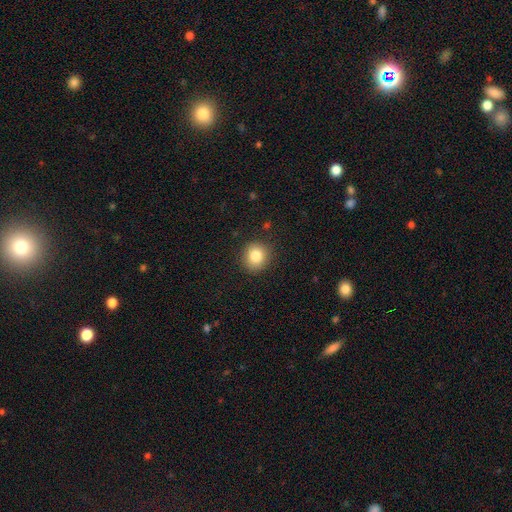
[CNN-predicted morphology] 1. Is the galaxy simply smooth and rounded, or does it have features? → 84% smooth, 10% star or artifact, 6% featured or disk.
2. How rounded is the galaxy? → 82% round, 17% in between, 1% cigar-shaped.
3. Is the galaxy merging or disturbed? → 88% none, 9% minor disturbance, 3% major disturbance, 1% merger.